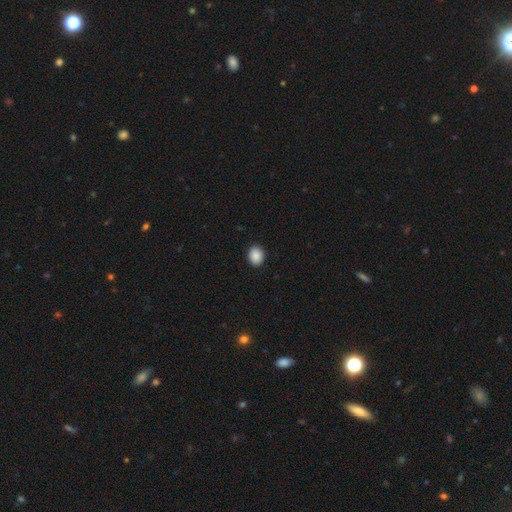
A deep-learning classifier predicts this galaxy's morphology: A smooth galaxy with no disk features (89%) that is in between round and cigar-shaped (51%).

Vote fractions:
- Smooth or featured? smooth: 89% / star or artifact: 8% / featured or disk: 3%
- How rounded? in between: 51% / round: 48% / cigar-shaped: 1%
- Merging? none: 91% / minor disturbance: 6% / major disturbance: 2% / merger: 1%